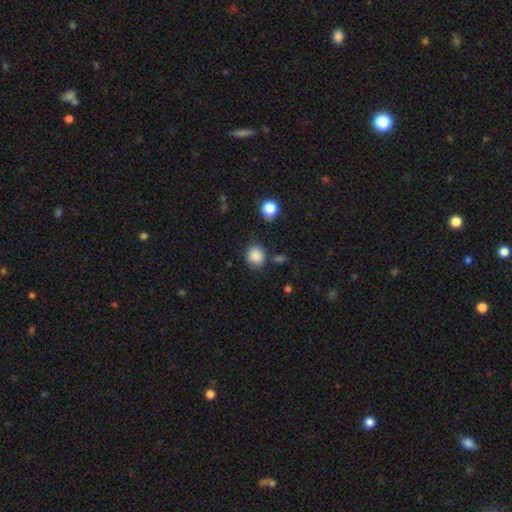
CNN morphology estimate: Smooth or featured: smooth — 86% (star or artifact — 10%)
How rounded: round — 77% (in between — 22%)
Merging: none — 77% (minor disturbance — 14%)